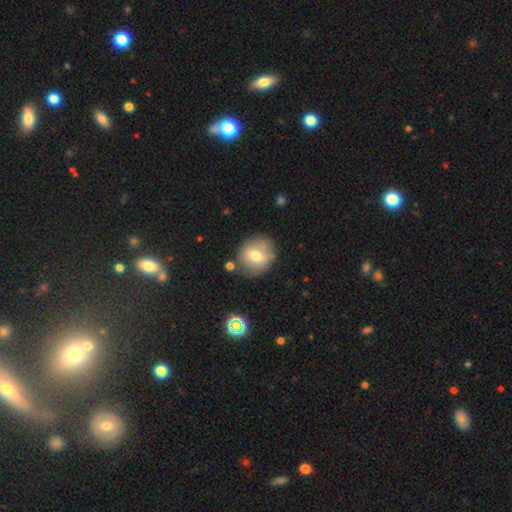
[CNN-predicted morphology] Smooth or featured: smooth — 65% (featured or disk — 24%)
How rounded: round — 80% (in between — 19%)
Merging: none — 74% (minor disturbance — 16%)